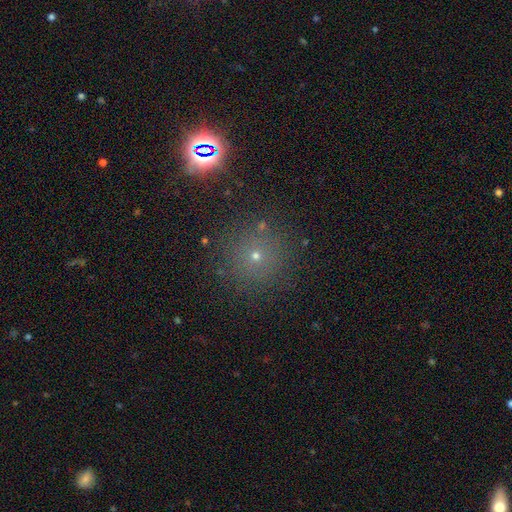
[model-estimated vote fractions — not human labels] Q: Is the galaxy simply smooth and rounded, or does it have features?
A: smooth — 56%.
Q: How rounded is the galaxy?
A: round — 95%.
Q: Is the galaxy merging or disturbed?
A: none — 87%.